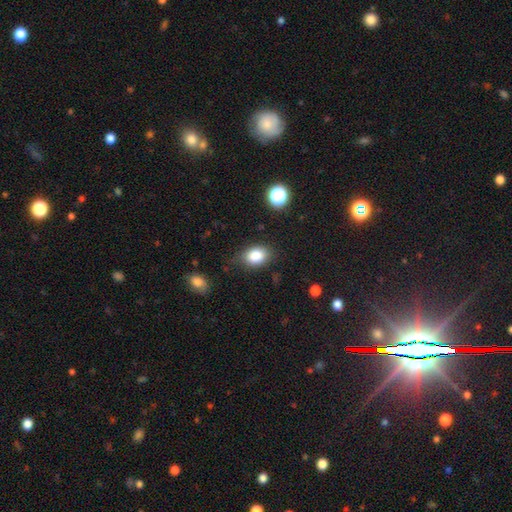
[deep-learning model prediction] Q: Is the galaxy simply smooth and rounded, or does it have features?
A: smooth — 85%.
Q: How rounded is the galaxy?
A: in between — 75%.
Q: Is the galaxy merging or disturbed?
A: none — 75%.